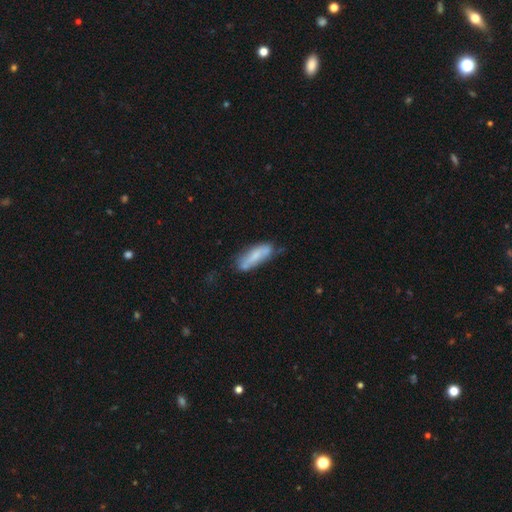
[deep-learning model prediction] The model was most divided on "how rounded": in between: 52%, cigar-shaped: 46%, round: 2%. More confident: smooth or featured — smooth (62%); merging — none (55%).